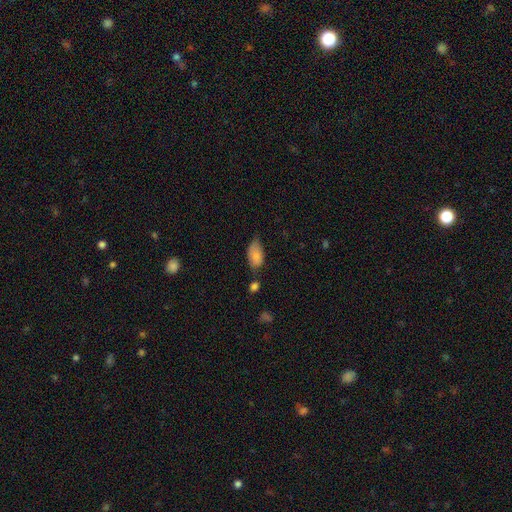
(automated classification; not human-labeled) smooth_or_featured: smooth (p=0.83) [alt: featured or disk p=0.10]
how_rounded: in between (p=0.93) [alt: round p=0.04]
merging: none (p=0.47) [alt: minor disturbance p=0.37]